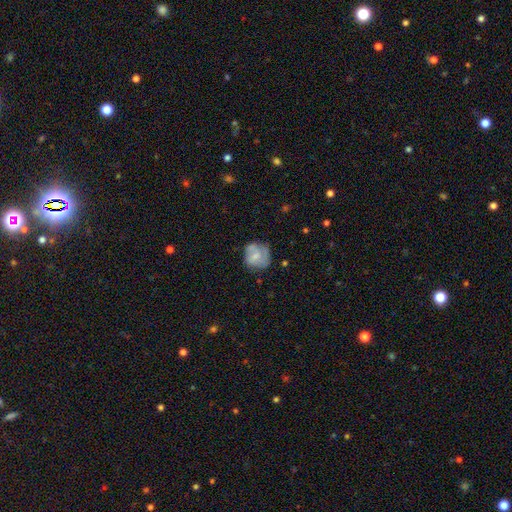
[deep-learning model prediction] smooth 51%, featured or disk 41%, star or artifact 8%. Down the decision tree: how rounded — round (76%); merging — none (54%).